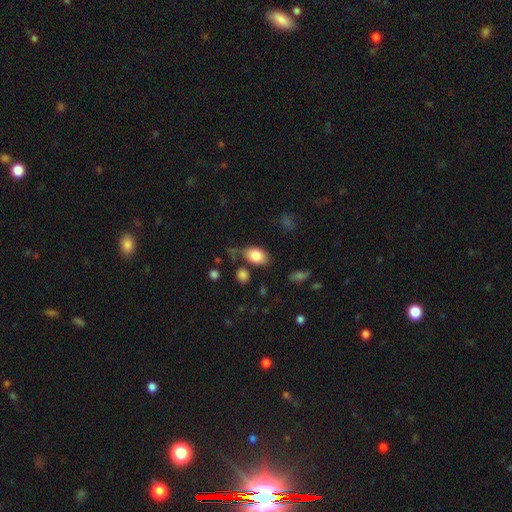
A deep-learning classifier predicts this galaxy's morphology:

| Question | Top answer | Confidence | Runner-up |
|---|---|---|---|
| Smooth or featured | smooth | 83% | featured or disk (10%) |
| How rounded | in between | 86% | round (12%) |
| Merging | none | 64% | minor disturbance (21%) |